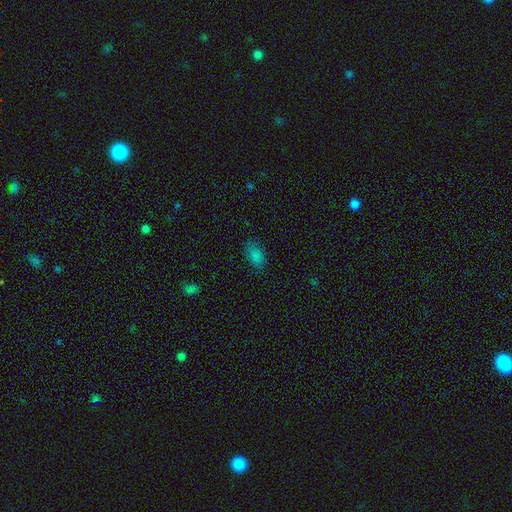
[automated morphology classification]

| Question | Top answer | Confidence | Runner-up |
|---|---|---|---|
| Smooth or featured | smooth | 81% | star or artifact (13%) |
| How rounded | in between | 91% | round (7%) |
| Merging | none | 78% | minor disturbance (17%) |